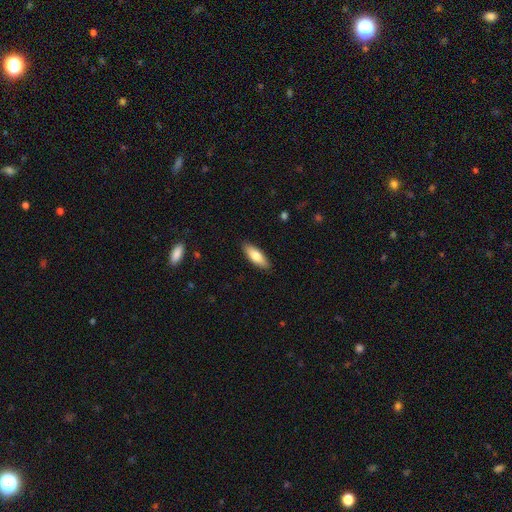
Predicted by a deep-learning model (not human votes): This is likely a smooth galaxy (76%). How rounded: likely in between (60%). Merging: clearly none (89%).